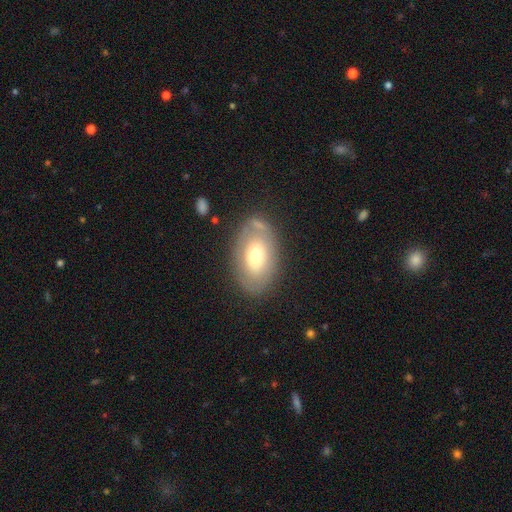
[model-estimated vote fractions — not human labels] Smooth or featured?
  - smooth: 54% *
  - featured or disk: 38%
  - star or artifact: 7%
How rounded?
  - in between: 88% *
  - round: 11%
  - cigar-shaped: 1%
Merging?
  - none: 73% *
  - minor disturbance: 16%
  - major disturbance: 6%
  - merger: 5%